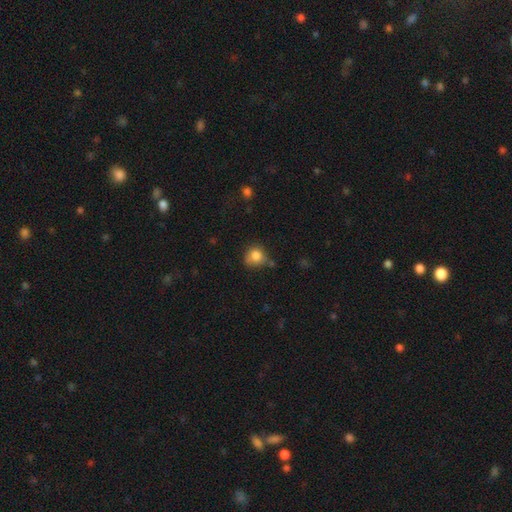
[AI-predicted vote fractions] smooth_or_featured: smooth (p=0.82) [alt: star or artifact p=0.10]
how_rounded: round (p=0.78) [alt: in between p=0.21]
merging: none (p=0.56) [alt: minor disturbance p=0.28]